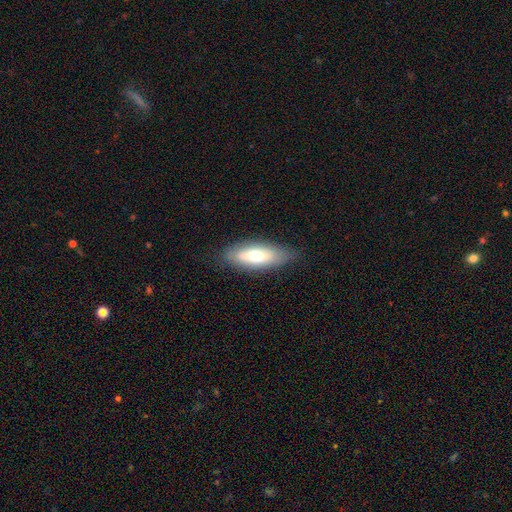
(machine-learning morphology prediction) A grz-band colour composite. It shows a smooth galaxy with no disk features (64%) that is in between round and cigar-shaped (69%). Merging: none (81%).